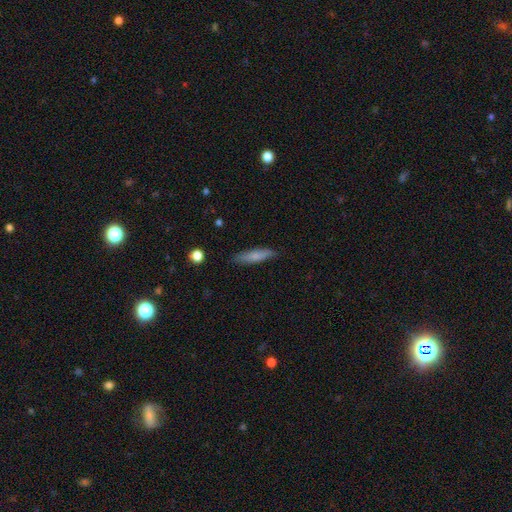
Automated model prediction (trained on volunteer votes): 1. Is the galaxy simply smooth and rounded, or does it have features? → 75% smooth, 19% featured or disk, 6% star or artifact.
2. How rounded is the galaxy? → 85% cigar-shaped, 14% in between, 2% round.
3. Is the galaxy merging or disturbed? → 86% none, 11% minor disturbance, 2% major disturbance, 1% merger.